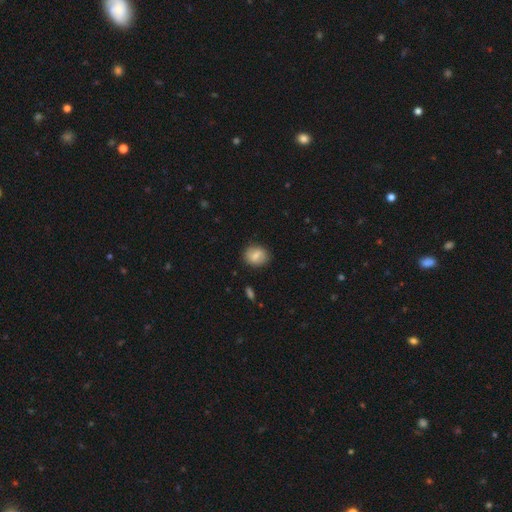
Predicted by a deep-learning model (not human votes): This appears to be a smooth galaxy with no disk features (75%) that is round (60%). Merging: none (83%).